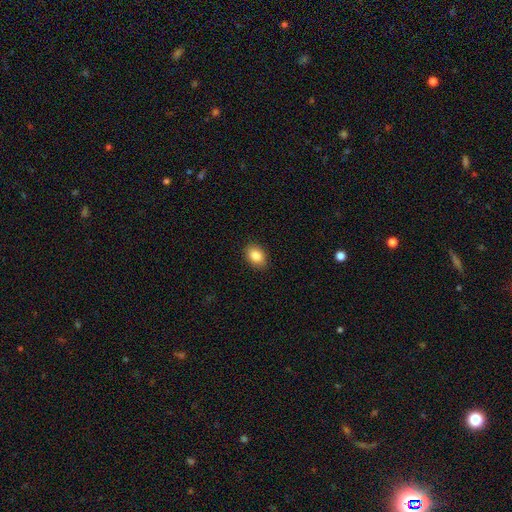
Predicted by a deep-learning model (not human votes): Smooth or featured?
  - smooth: 87% *
  - star or artifact: 8%
  - featured or disk: 5%
How rounded?
  - in between: 76% *
  - round: 23%
  - cigar-shaped: 1%
Merging?
  - none: 89% *
  - minor disturbance: 8%
  - major disturbance: 2%
  - merger: 1%